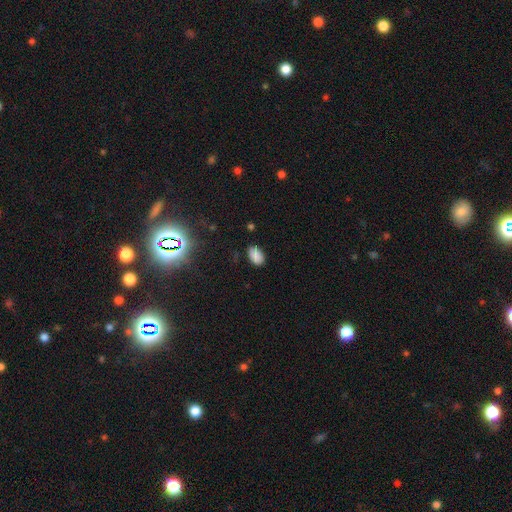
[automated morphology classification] smooth 83%, star or artifact 12%, featured or disk 5%. Down the decision tree: how rounded — in between (92%); merging — none (79%).